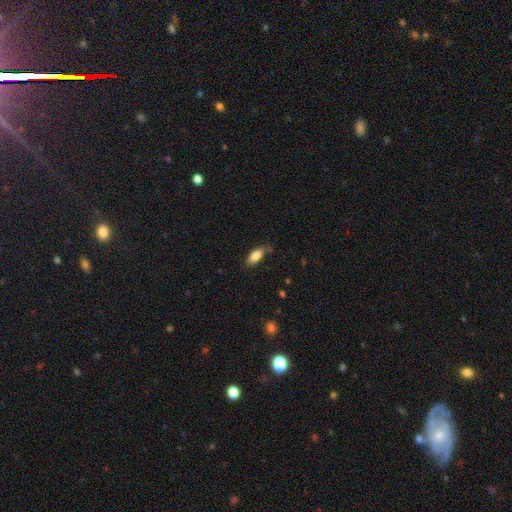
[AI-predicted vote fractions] The model was most divided on "merging": none: 75%, minor disturbance: 19%, major disturbance: 4%, merger: 2%. More confident: how rounded — in between (85%); smooth or featured — smooth (84%).